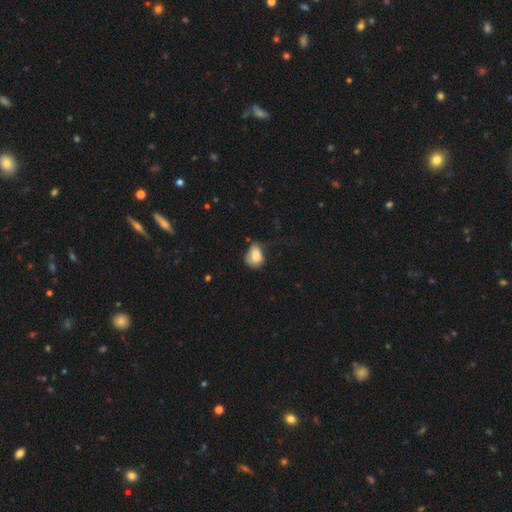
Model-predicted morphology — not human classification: The model was most divided on "merging": minor disturbance: 38%, none: 32%, major disturbance: 25%, merger: 5%. More confident: smooth or featured — smooth (78%); how rounded — in between (62%).